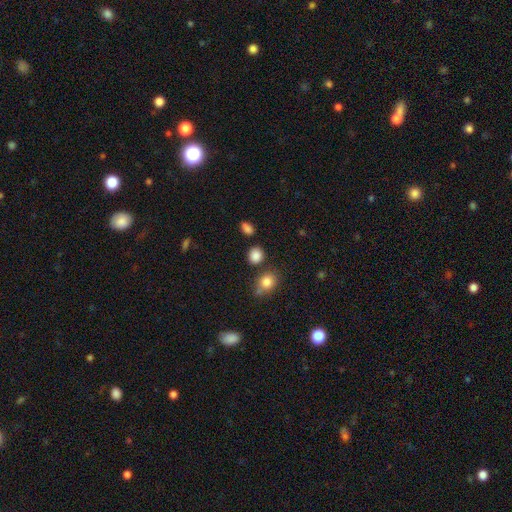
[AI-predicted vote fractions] A smooth galaxy with no disk features (85%) that is round (68%).

Vote fractions:
- Smooth or featured? smooth: 85% / star or artifact: 11% / featured or disk: 4%
- How rounded? round: 68% / in between: 31% / cigar-shaped: 1%
- Merging? none: 77% / minor disturbance: 12% / merger: 8% / major disturbance: 3%